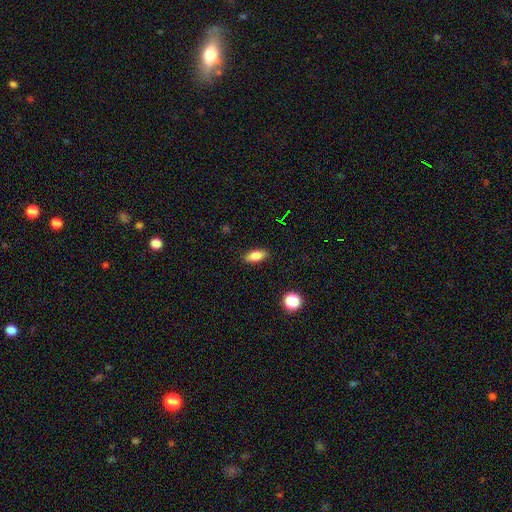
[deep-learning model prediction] A smooth galaxy with no disk features (80%) that is in between round and cigar-shaped (80%). Merging: none (88%).